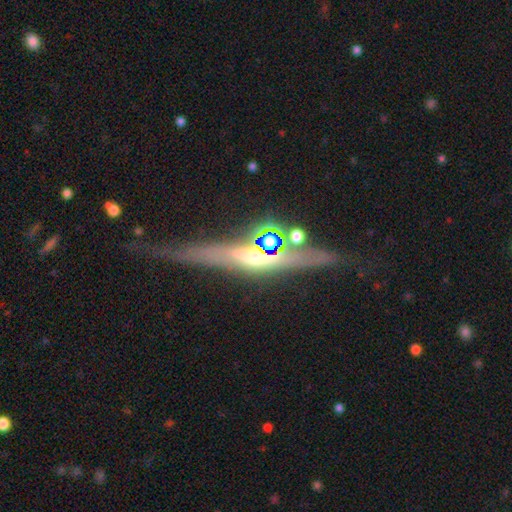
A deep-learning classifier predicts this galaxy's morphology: A featured or disk galaxy (66%) viewed edge-on (91%) with a rounded central bulge (86%). Merging: none (79%).